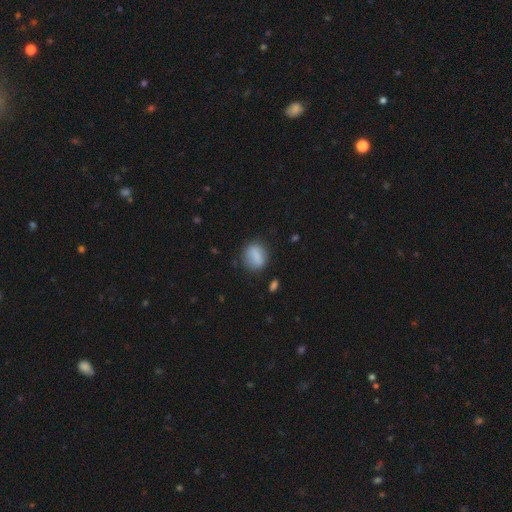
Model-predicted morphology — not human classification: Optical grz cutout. It shows a smooth galaxy with no disk features (80%) that is round (51%). Merging: none (77%).